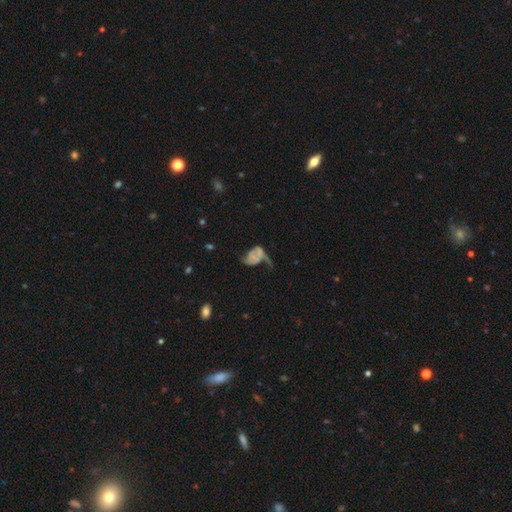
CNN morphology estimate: A featured or disk galaxy (49%). Merging: major disturbance (37%).